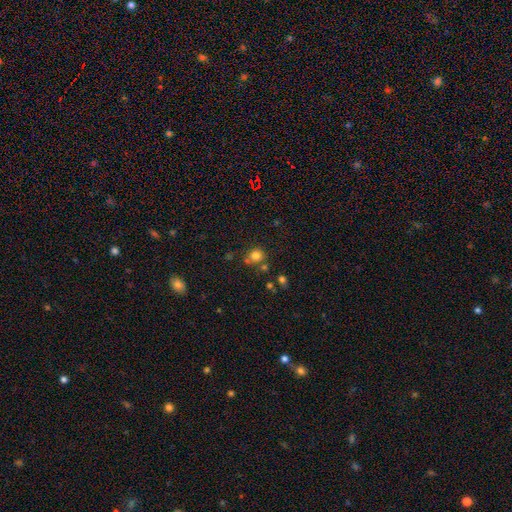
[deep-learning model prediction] Smooth or featured? smooth (79%)
How rounded? round (84%)
Merging? none (65%)